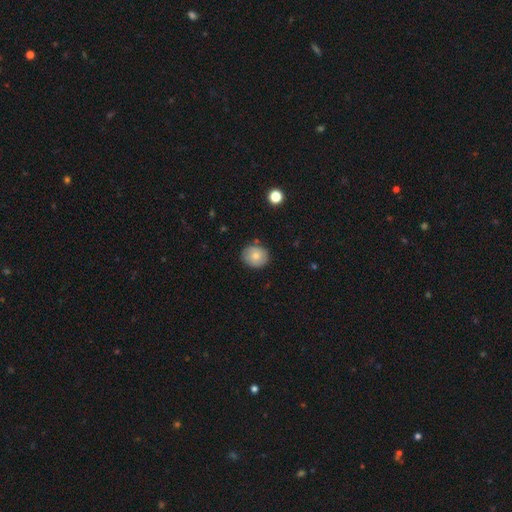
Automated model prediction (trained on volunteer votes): Smooth or featured?
  - smooth: 76% *
  - featured or disk: 16%
  - star or artifact: 8%
How rounded?
  - round: 78% *
  - in between: 21%
  - cigar-shaped: 1%
Merging?
  - none: 81% *
  - minor disturbance: 14%
  - major disturbance: 3%
  - merger: 3%